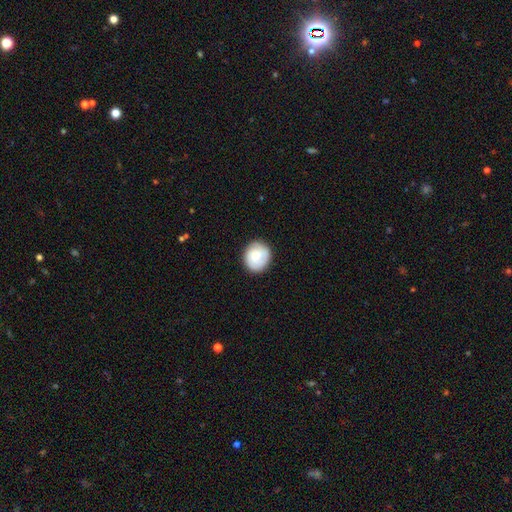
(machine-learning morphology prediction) This appears to be a smooth galaxy with no disk features (70%) that is round (86%). Merging: none (86%).